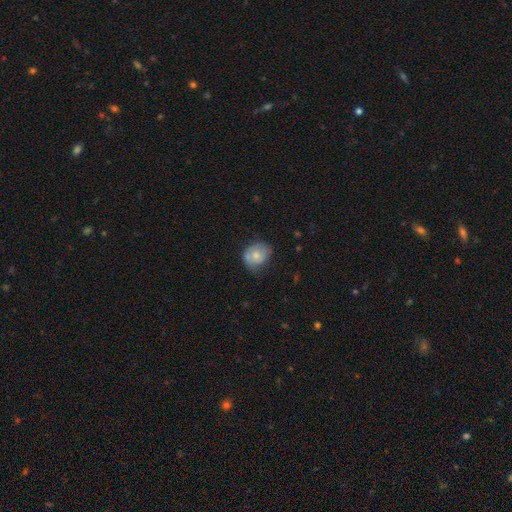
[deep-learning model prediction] Morphology: type=smooth (64%); roundness=round (59%); merging=none (52%).